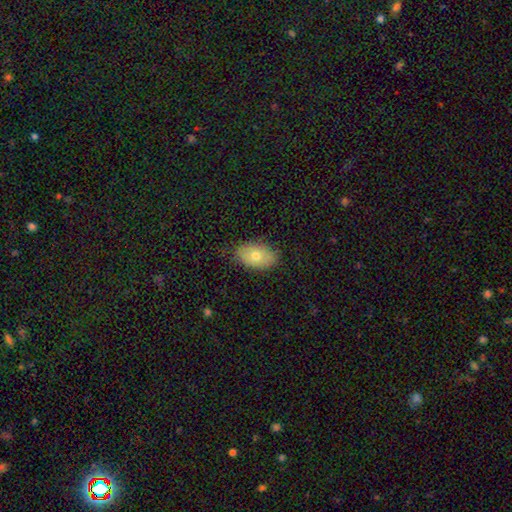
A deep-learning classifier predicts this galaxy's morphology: Overall: smooth (72%). How rounded: in between (88%). Merging: none (81%).